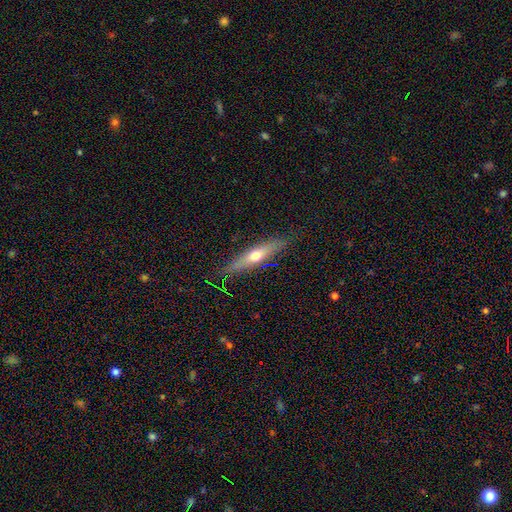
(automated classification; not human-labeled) A featured or disk galaxy (57%) viewed edge-on (88%). Merging: none (84%).